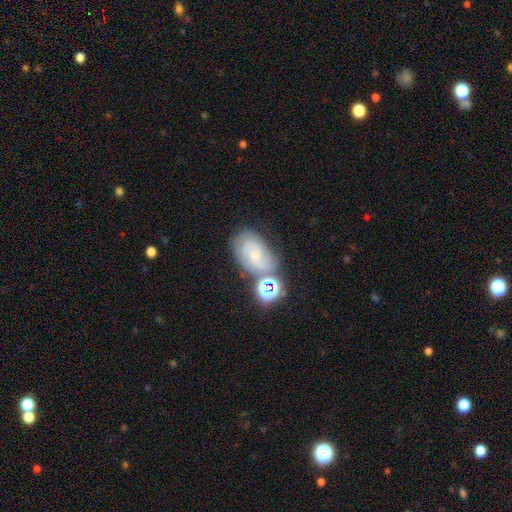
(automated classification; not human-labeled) Smooth or featured? Predicted: featured or disk (p=0.58). Edge-on disk? Predicted: no (p=0.97). Bar? Predicted: no (p=0.61). Spiral arms? Predicted: yes (p=0.88). Bulge size? Predicted: small (p=0.60). Merging? Predicted: none (p=0.51).